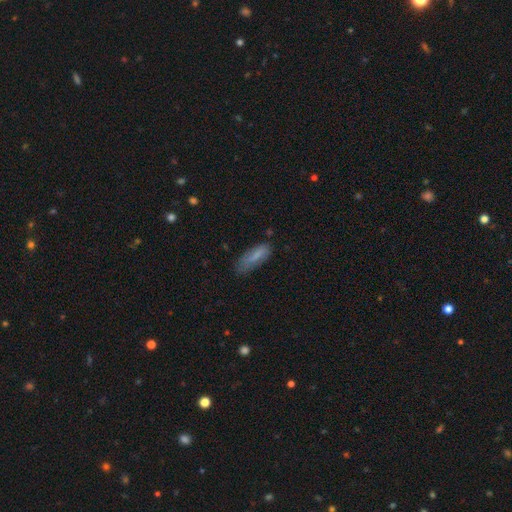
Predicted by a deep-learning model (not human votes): A smooth galaxy with no disk features (75%) that is in between round and cigar-shaped (54%).

Vote fractions:
- Smooth or featured? smooth: 75% / featured or disk: 17% / star or artifact: 8%
- How rounded? in between: 54% / cigar-shaped: 45% / round: 2%
- Merging? none: 57% / minor disturbance: 30% / major disturbance: 10% / merger: 2%